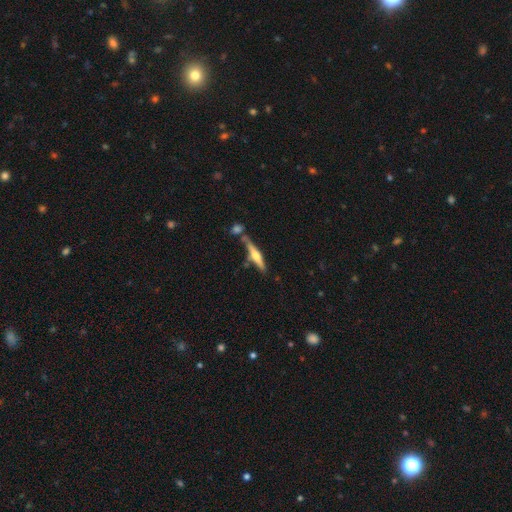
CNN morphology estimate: The model was most divided on "smooth or featured": featured or disk: 63%, smooth: 31%, star or artifact: 6%. More confident: edge-on disk — yes (96%); edge-on bulge — rounded (89%); merging — none (70%).